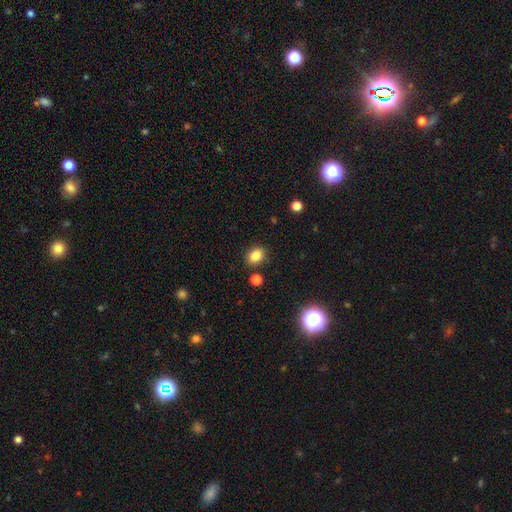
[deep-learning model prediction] Smooth or featured? Predicted: smooth (p=0.83). How rounded? Predicted: in between (p=0.61). Merging? Predicted: none (p=0.84).